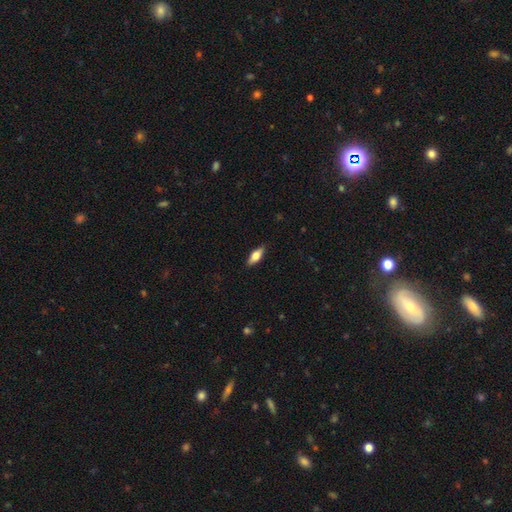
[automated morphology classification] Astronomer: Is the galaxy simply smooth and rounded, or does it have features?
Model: smooth — 62%.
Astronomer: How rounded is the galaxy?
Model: in between — 68%.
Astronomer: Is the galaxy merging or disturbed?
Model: none — 87%.